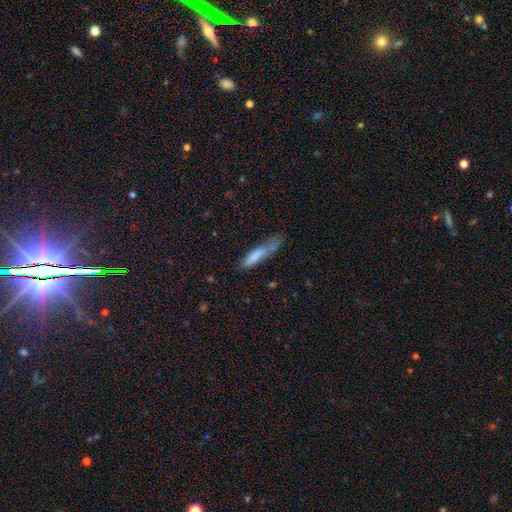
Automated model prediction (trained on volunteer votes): The model was most divided on "merging": none: 38%, minor disturbance: 34%, major disturbance: 21%, merger: 7%. More confident: how rounded — cigar-shaped (78%); smooth or featured — smooth (76%).